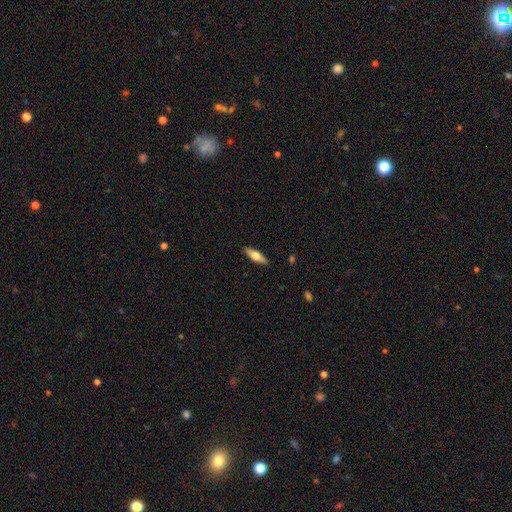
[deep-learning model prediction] Smooth or featured? smooth (57%)
How rounded? in between (49%)
Merging? none (89%)